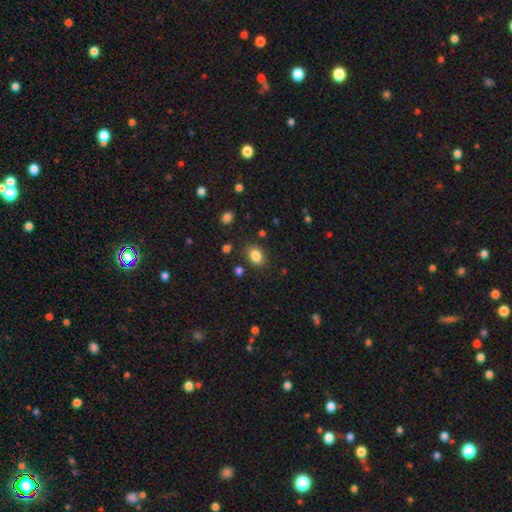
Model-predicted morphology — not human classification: Smooth or featured?
  - smooth: 84% *
  - star or artifact: 10%
  - featured or disk: 6%
How rounded?
  - in between: 72% *
  - round: 27%
  - cigar-shaped: 1%
Merging?
  - none: 84% *
  - minor disturbance: 11%
  - major disturbance: 3%
  - merger: 3%